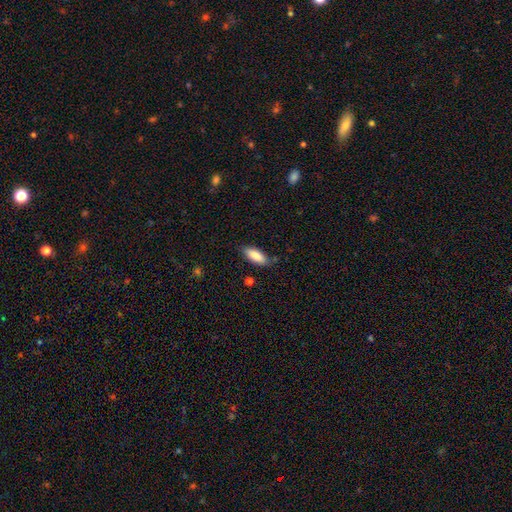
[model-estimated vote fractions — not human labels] Q: Smooth or featured?
A: smooth (87%); runner-up: star or artifact (6%)
Q: How rounded?
A: in between (76%); runner-up: cigar-shaped (22%)
Q: Merging?
A: none (79%); runner-up: minor disturbance (15%)